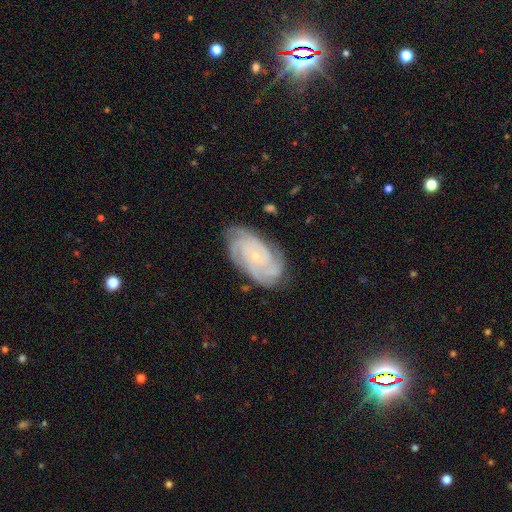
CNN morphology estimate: Smooth or featured: featured or disk — 83% (smooth — 10%)
Edge-on disk: no — 97% (yes — 3%)
Bar: no — 77% (weak — 19%)
Spiral arms: yes — 98% (no — 2%)
Spiral winding: tight — 74% (medium — 22%)
Spiral arm count: 4 — 32% (3 — 25%)
Bulge size: small — 82% (moderate — 13%)
Merging: none — 80% (minor disturbance — 15%)